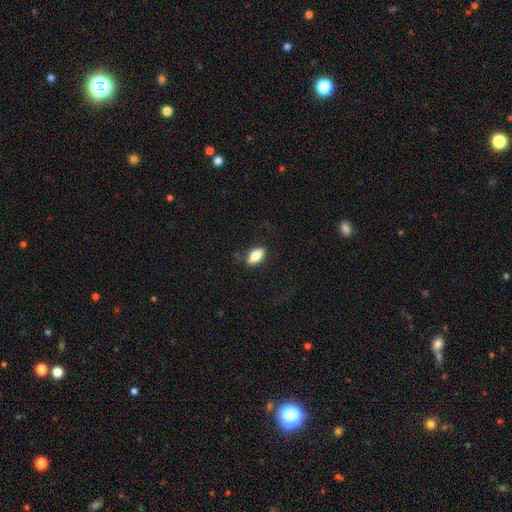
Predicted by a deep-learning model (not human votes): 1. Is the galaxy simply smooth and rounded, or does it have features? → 81% smooth, 12% featured or disk, 7% star or artifact.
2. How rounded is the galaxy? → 87% in between, 9% cigar-shaped, 4% round.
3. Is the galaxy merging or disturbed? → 78% none, 15% minor disturbance, 5% major disturbance, 1% merger.